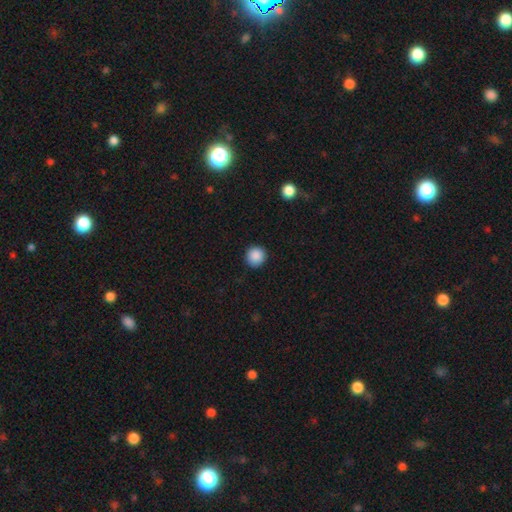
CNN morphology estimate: This appears to be a smooth galaxy with no disk features (89%) that is round (94%). Merging: none (91%).